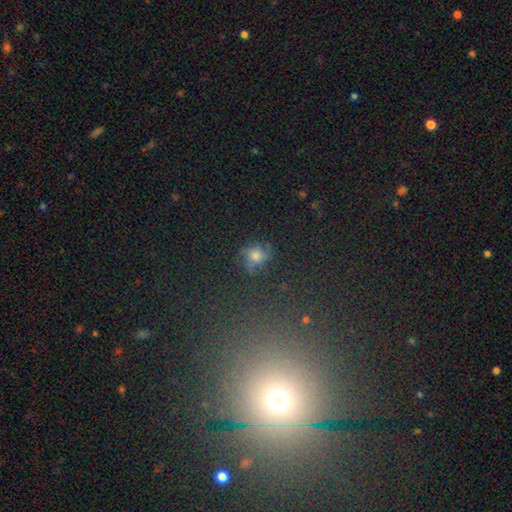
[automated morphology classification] The model was most divided on "smooth or featured": smooth: 48%, star or artifact: 27%, featured or disk: 26%. More confident: merging — none (69%).